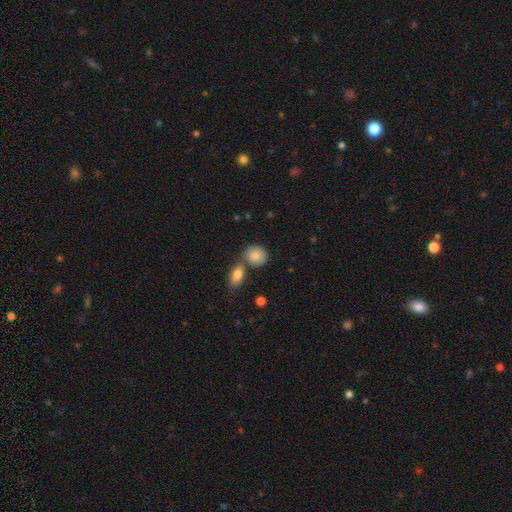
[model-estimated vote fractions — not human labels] A smooth galaxy with no disk features (85%) that is round (69%).

Vote fractions:
- Smooth or featured? smooth: 85% / featured or disk: 8% / star or artifact: 7%
- How rounded? round: 69% / in between: 30% / cigar-shaped: 2%
- Merging? none: 61% / merger: 25% / minor disturbance: 11% / major disturbance: 3%